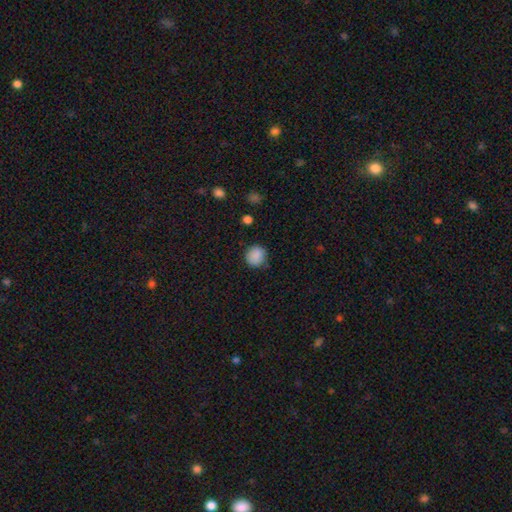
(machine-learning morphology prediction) Smooth or featured: smooth — 87% (star or artifact — 9%)
How rounded: round — 88% (in between — 11%)
Merging: none — 81% (minor disturbance — 14%)